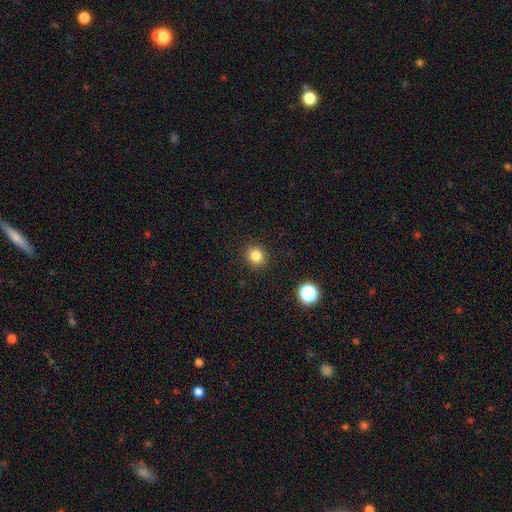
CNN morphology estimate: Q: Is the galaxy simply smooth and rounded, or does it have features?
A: smooth — 82%.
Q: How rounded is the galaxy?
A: round — 86%.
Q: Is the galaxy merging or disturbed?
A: none — 91%.